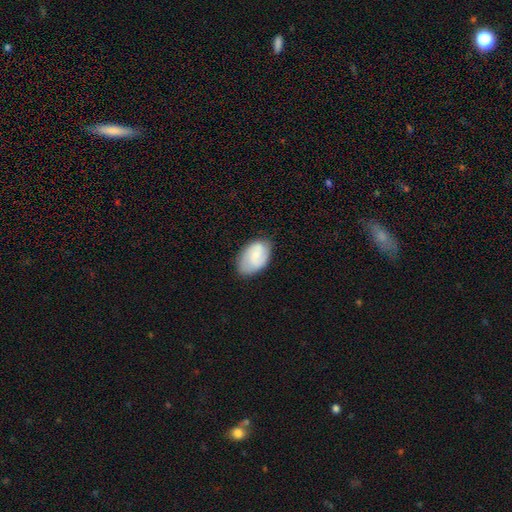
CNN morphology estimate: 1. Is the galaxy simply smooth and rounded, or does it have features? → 57% smooth, 36% featured or disk, 7% star or artifact.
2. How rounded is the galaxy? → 90% in between, 9% round, 1% cigar-shaped.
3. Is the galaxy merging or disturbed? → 72% none, 21% minor disturbance, 5% major disturbance, 1% merger.